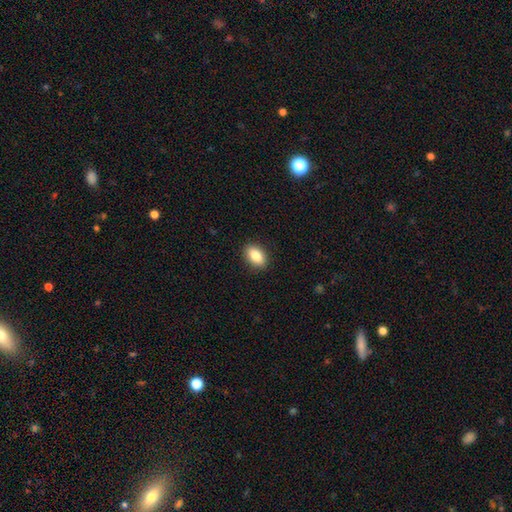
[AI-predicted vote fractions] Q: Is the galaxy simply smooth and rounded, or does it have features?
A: smooth — 86%.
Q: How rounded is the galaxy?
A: in between — 89%.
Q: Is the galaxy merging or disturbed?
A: none — 90%.